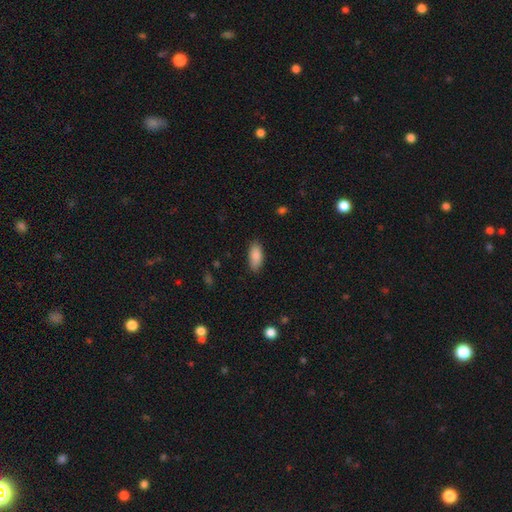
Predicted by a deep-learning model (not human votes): smooth 88%, star or artifact 7%, featured or disk 5%. Down the decision tree: how rounded — in between (87%); merging — none (85%).